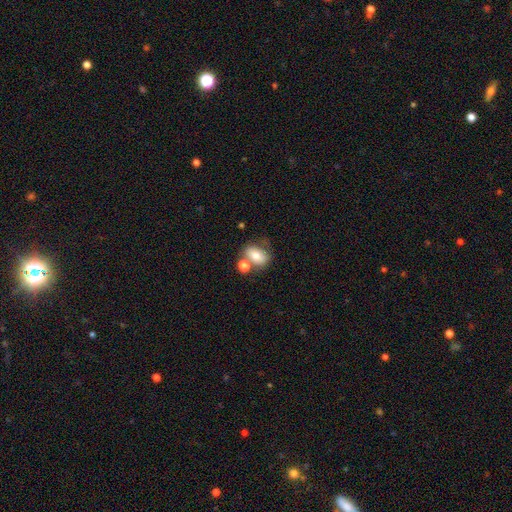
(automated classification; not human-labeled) A smooth galaxy with no disk features (71%) that is in between round and cigar-shaped (74%). Merging: none (49%).